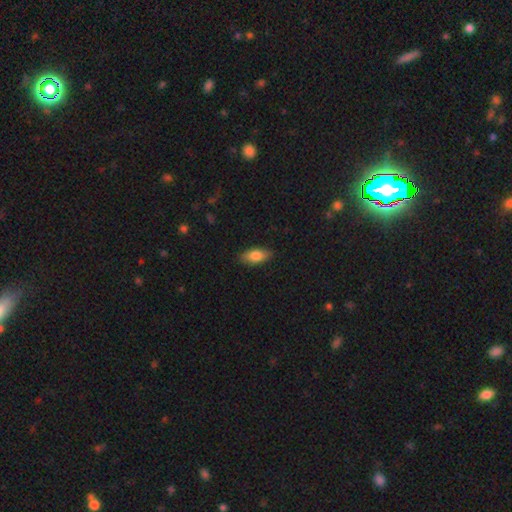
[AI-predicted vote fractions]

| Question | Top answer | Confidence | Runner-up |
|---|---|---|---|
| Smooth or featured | smooth | 80% | featured or disk (13%) |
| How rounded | in between | 85% | cigar-shaped (12%) |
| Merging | none | 87% | minor disturbance (10%) |